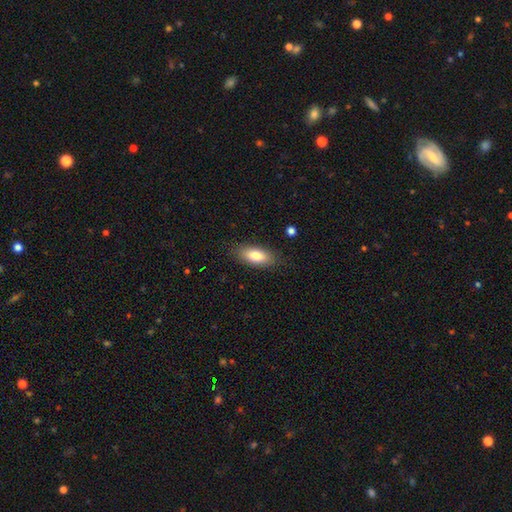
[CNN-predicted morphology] Q: Smooth or featured?
A: smooth (80%); runner-up: featured or disk (13%)
Q: How rounded?
A: in between (82%); runner-up: cigar-shaped (16%)
Q: Merging?
A: none (85%); runner-up: minor disturbance (11%)